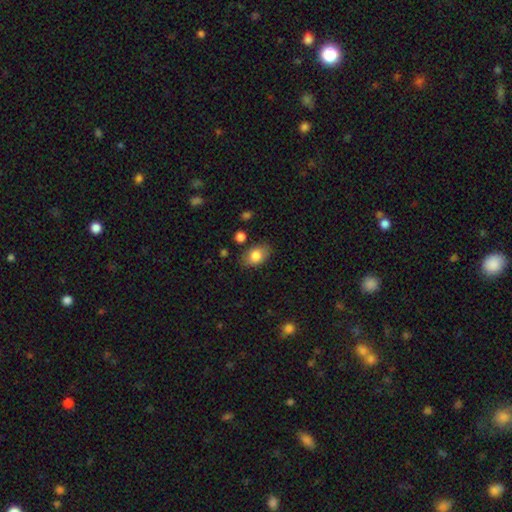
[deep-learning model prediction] This is clearly a smooth galaxy (82%). How rounded: clearly in between (80%). Merging: likely none (78%).